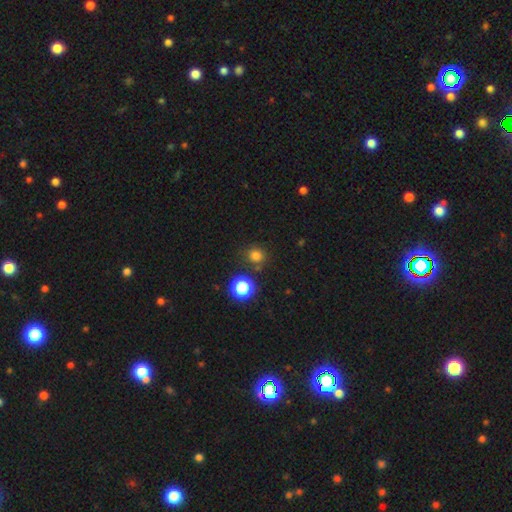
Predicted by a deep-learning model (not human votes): Smooth or featured? smooth (77%)
How rounded? round (88%)
Merging? none (80%)